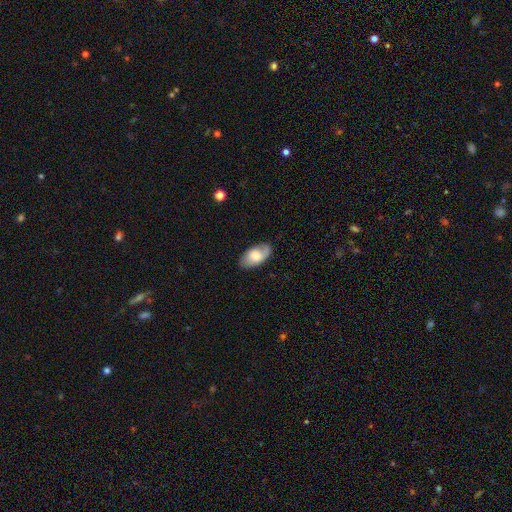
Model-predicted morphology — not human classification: Smooth or featured?
  - smooth: 63% *
  - featured or disk: 31%
  - star or artifact: 6%
How rounded?
  - in between: 94% *
  - round: 4%
  - cigar-shaped: 2%
Merging?
  - none: 78% *
  - minor disturbance: 17%
  - major disturbance: 4%
  - merger: 1%